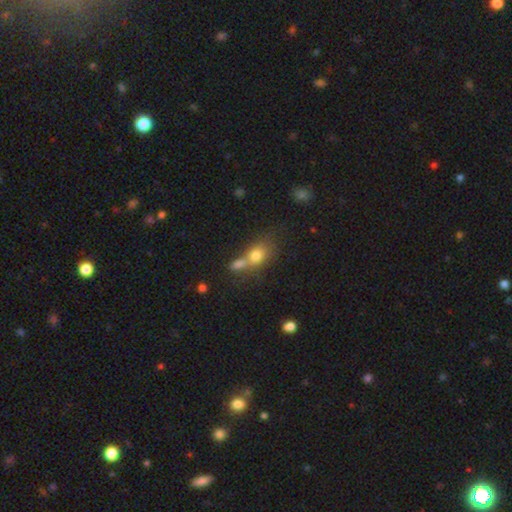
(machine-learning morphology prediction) Q: Smooth or featured?
A: smooth (74%); runner-up: featured or disk (14%)
Q: How rounded?
A: in between (59%); runner-up: round (37%)
Q: Merging?
A: merger (51%); runner-up: none (32%)